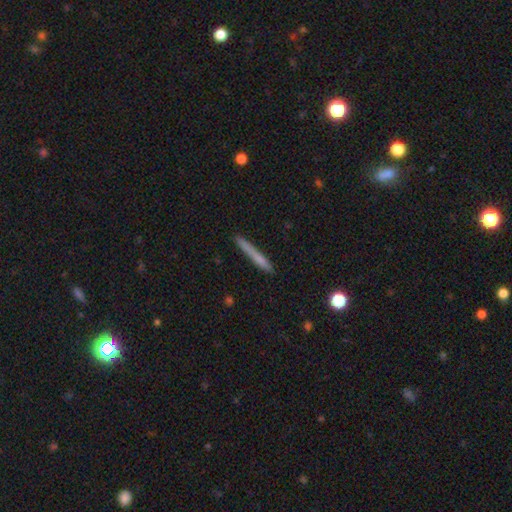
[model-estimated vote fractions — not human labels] The model was most divided on "smooth or featured": smooth: 65%, featured or disk: 28%, star or artifact: 7%. More confident: how rounded — cigar-shaped (96%); merging — none (86%).